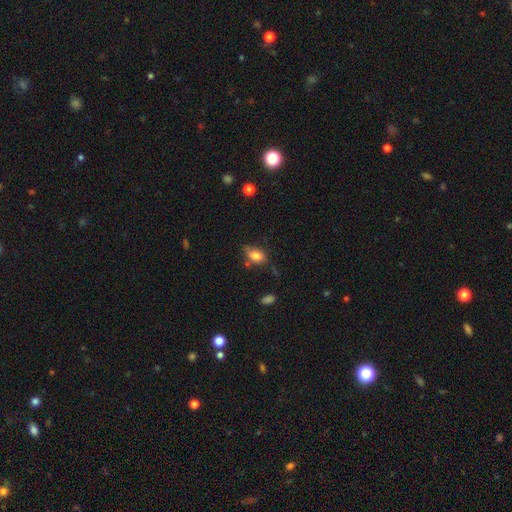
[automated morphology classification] smooth-or-featured: smooth: 79% | featured or disk: 13% | star or artifact: 9%
  how-rounded: in between: 86% | round: 10% | cigar-shaped: 4%
  merging: none: 62% | minor disturbance: 26% | merger: 6% | major disturbance: 6%